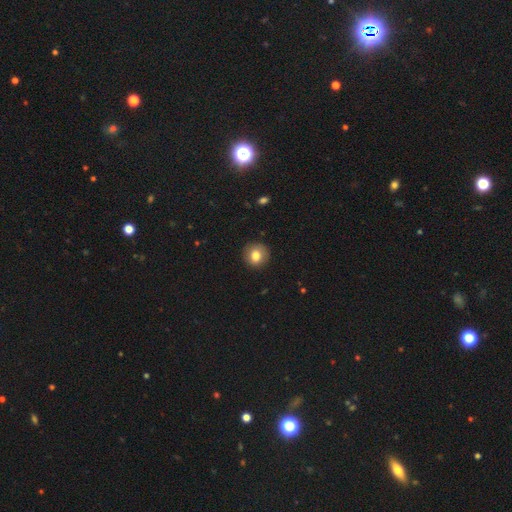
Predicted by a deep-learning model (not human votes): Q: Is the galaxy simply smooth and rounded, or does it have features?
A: smooth — 81%.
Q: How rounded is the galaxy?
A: round — 89%.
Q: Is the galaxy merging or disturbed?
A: none — 90%.